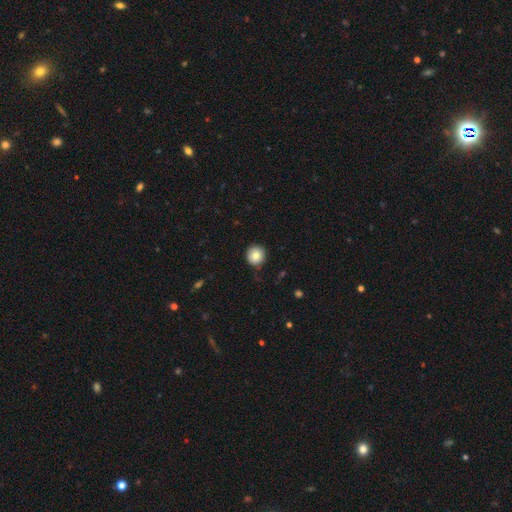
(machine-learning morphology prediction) Q: Smooth or featured?
A: smooth (82%); runner-up: featured or disk (10%)
Q: How rounded?
A: round (94%); runner-up: in between (5%)
Q: Merging?
A: none (88%); runner-up: minor disturbance (9%)